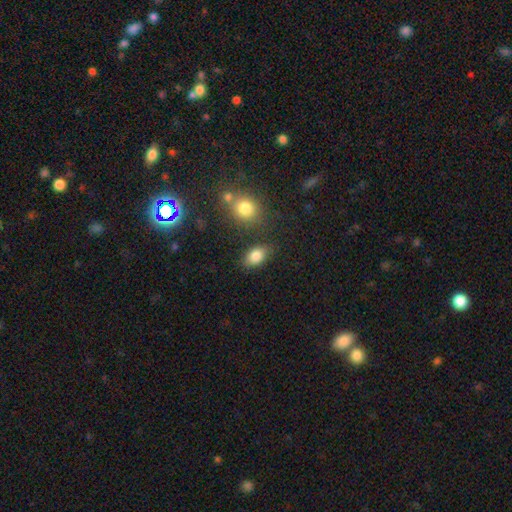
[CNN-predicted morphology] The model was most divided on "merging": none: 77%, minor disturbance: 13%, merger: 6%, major disturbance: 4%. More confident: how rounded — in between (86%); smooth or featured — smooth (84%).